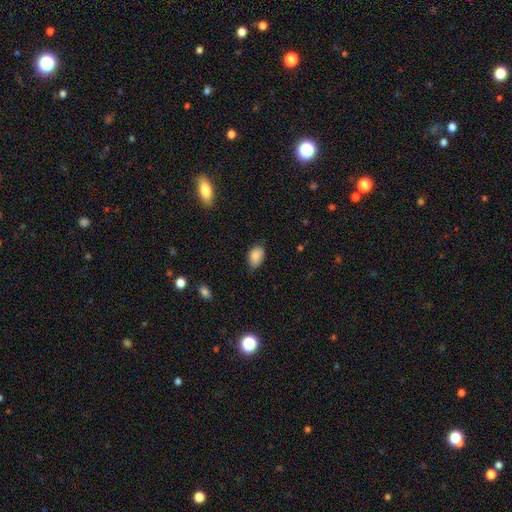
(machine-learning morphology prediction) Smooth or featured? Predicted: smooth (p=0.87). How rounded? Predicted: in between (p=0.90). Merging? Predicted: none (p=0.74).